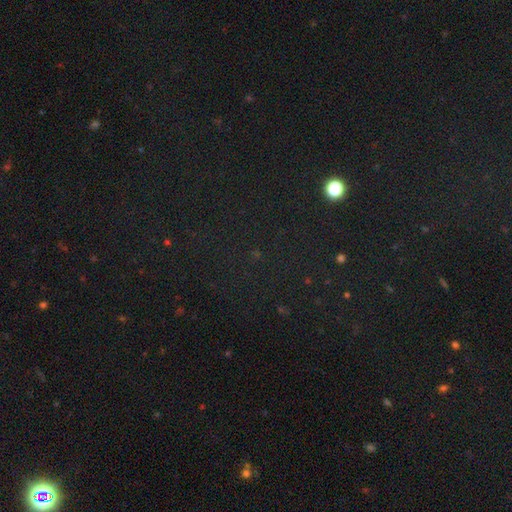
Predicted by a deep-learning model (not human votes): Morphology: type=star or artifact (76%).